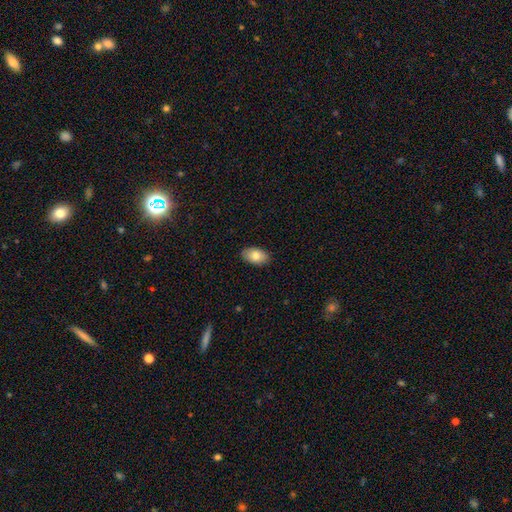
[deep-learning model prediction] Smooth or featured: smooth — 81% (featured or disk — 13%)
How rounded: in between — 92% (round — 6%)
Merging: none — 88% (minor disturbance — 9%)